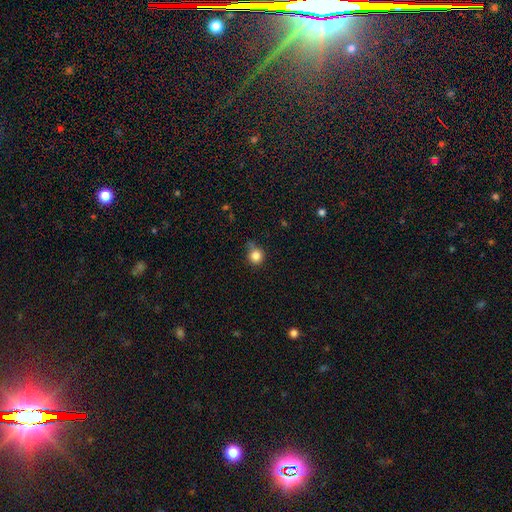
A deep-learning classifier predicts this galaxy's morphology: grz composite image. It shows a smooth galaxy with no disk features (84%) that is round (88%). Merging: none (57%).